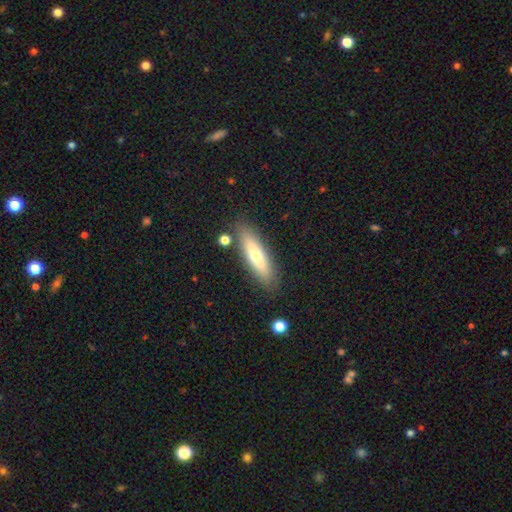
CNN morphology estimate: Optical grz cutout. It shows a smooth galaxy with no disk features (58%) that is cigar-shaped (67%). Merging: none (84%).